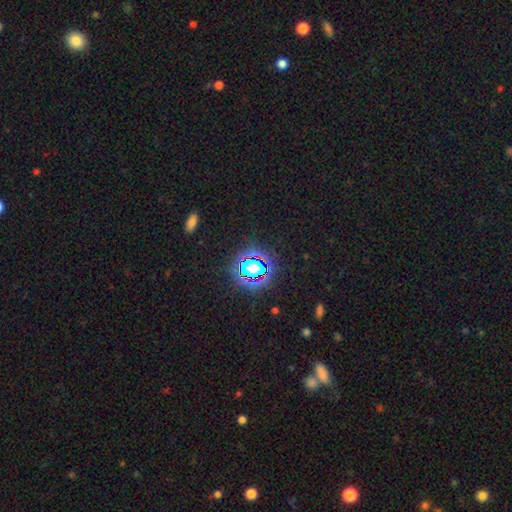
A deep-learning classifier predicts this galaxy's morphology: type=star or artifact (80%).